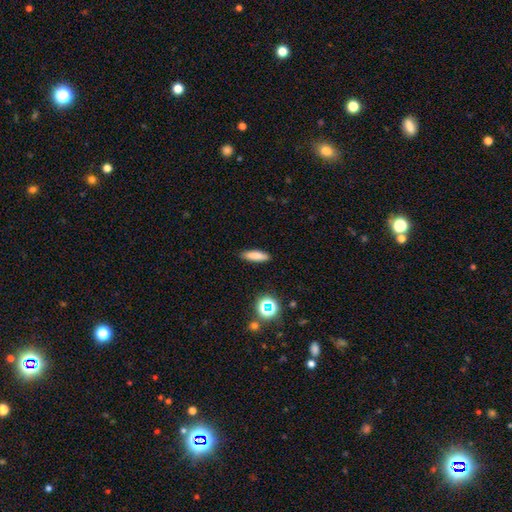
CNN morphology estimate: This is clearly a smooth galaxy (81%). How rounded: likely cigar-shaped (60%). Merging: clearly none (87%).